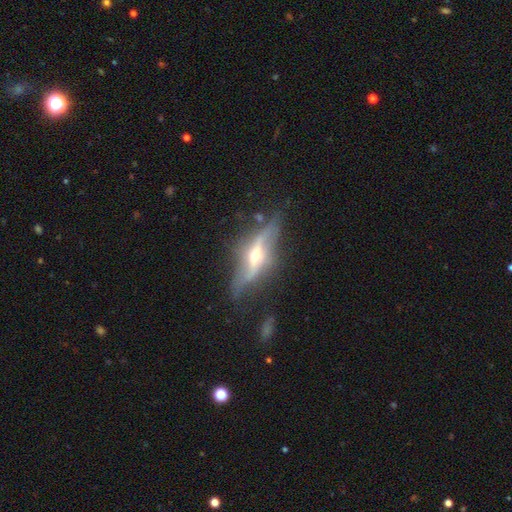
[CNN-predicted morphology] Smooth or featured? Predicted: featured or disk (p=0.82). Edge-on disk? Predicted: yes (p=0.64). Edge-on bulge? Predicted: rounded (p=0.93). Merging? Predicted: none (p=0.63).